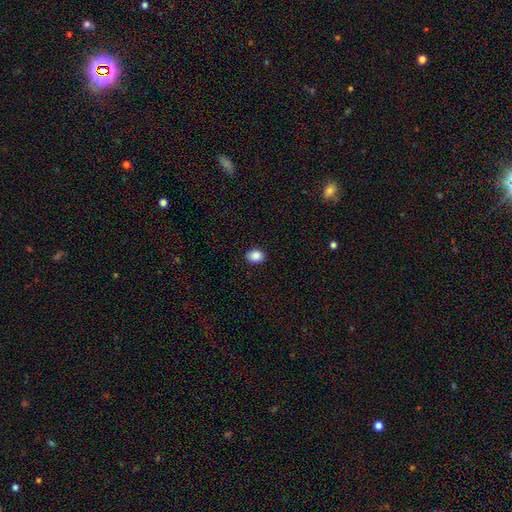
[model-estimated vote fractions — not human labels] smooth-or-featured: smooth: 88% | star or artifact: 8% | featured or disk: 3%
  how-rounded: in between: 63% | round: 36% | cigar-shaped: 1%
  merging: none: 90% | minor disturbance: 7% | major disturbance: 2% | merger: 1%